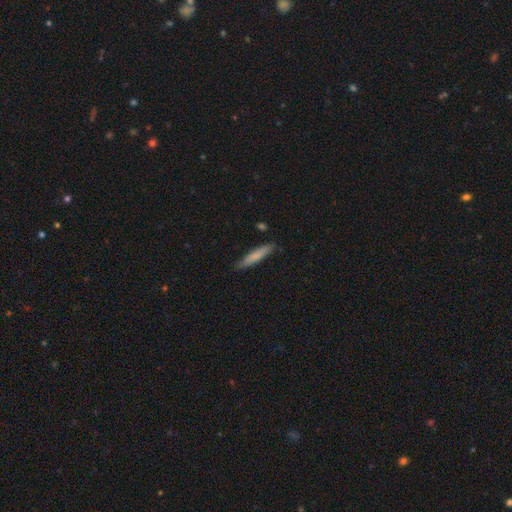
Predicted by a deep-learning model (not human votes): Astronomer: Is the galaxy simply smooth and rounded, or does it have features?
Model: smooth — 77%.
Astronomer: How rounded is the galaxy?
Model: cigar-shaped — 91%.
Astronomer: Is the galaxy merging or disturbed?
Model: none — 86%.